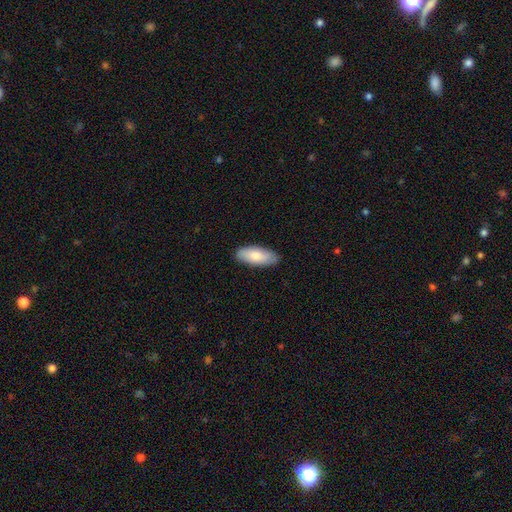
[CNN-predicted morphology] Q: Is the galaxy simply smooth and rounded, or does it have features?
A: smooth — 79%.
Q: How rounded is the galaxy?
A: in between — 81%.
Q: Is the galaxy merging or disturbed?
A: none — 88%.